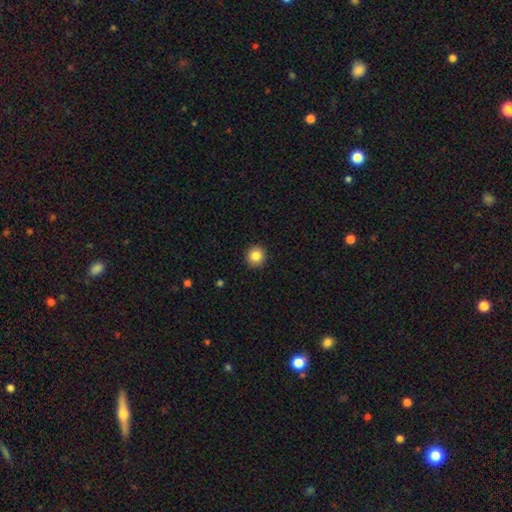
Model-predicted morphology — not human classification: The model was most divided on "smooth or featured": smooth: 85%, star or artifact: 10%, featured or disk: 6%. More confident: how rounded — round (94%); merging — none (92%).